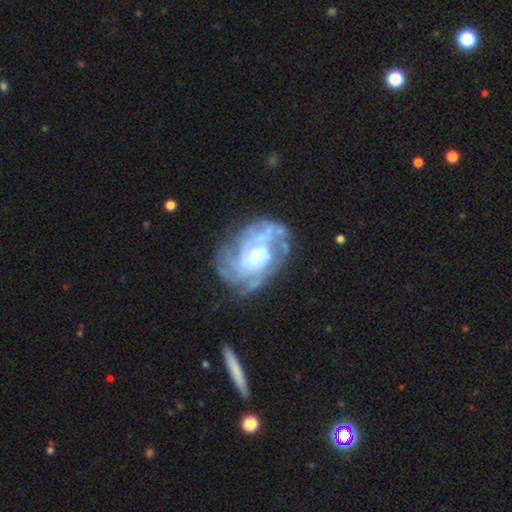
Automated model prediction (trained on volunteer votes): smooth-or-featured: featured or disk: 85% | smooth: 9% | star or artifact: 6%
  disk-edge-on: no: 97% | yes: 3%
    bar: no: 69% | weak: 26% | strong: 5%
    has-spiral-arms: yes: 90% | no: 10%
      spiral-winding: tight: 57% | medium: 32% | loose: 11%
      spiral-arm-count: can't tell: 43% | 3: 15% | 4: 15% | 2: 12% | more than 4: 9% | 1: 6%
    bulge-size: moderate: 57% | small: 27% | large: 12% | none: 2% | dominant: 1%
  merging: none: 63% | minor disturbance: 21% | major disturbance: 13% | merger: 3%